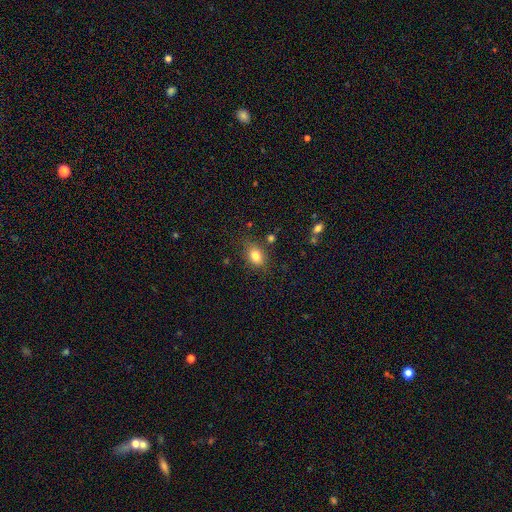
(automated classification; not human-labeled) Smooth or featured? smooth (80%)
How rounded? in between (75%)
Merging? none (77%)